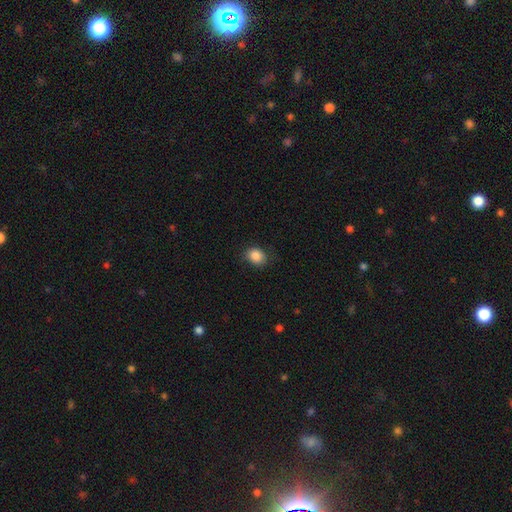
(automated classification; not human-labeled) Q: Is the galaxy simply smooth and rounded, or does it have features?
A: smooth — 87%.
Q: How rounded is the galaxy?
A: round — 58%.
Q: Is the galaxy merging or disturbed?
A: none — 80%.